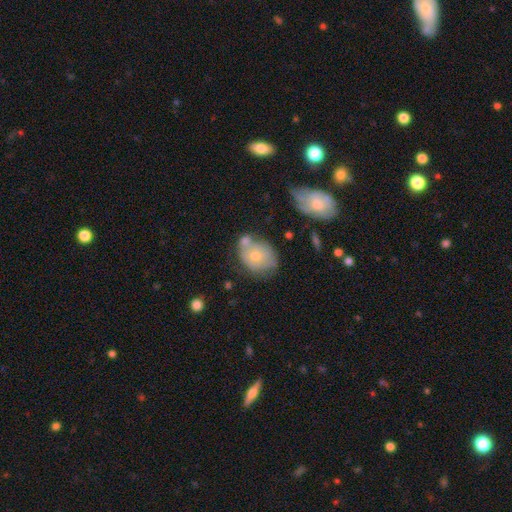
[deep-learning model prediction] A smooth galaxy with no disk features (63%) that is in between round and cigar-shaped (53%). Merging: none (39%).